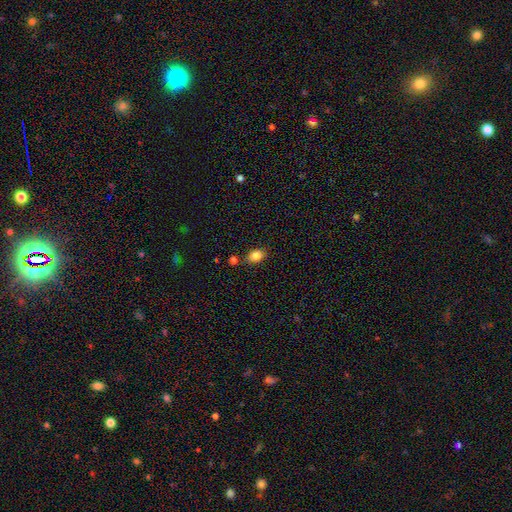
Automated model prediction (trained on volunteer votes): Smooth or featured? Predicted: smooth (p=0.84). How rounded? Predicted: in between (p=0.74). Merging? Predicted: none (p=0.77).